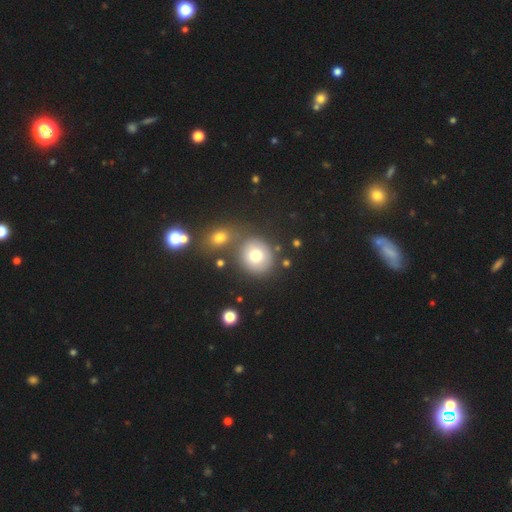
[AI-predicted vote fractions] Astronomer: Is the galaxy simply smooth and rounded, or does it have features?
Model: smooth — 74%.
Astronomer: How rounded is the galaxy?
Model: round — 82%.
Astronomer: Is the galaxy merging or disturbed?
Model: none — 69%.